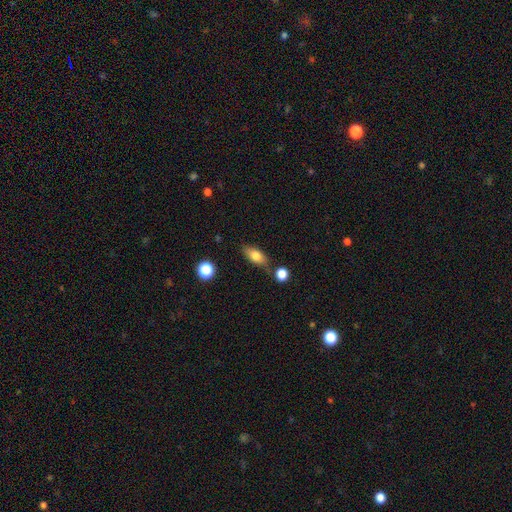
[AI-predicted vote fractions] Smooth or featured? Predicted: smooth (p=0.77). How rounded? Predicted: in between (p=0.82). Merging? Predicted: none (p=0.73).